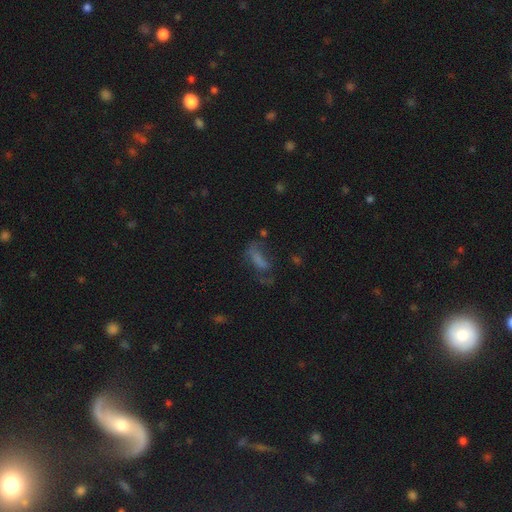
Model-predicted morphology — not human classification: The model was most divided on "merging": none: 41%, major disturbance: 30%, minor disturbance: 23%, merger: 5%. Remaining: smooth or featured — smooth (45%).